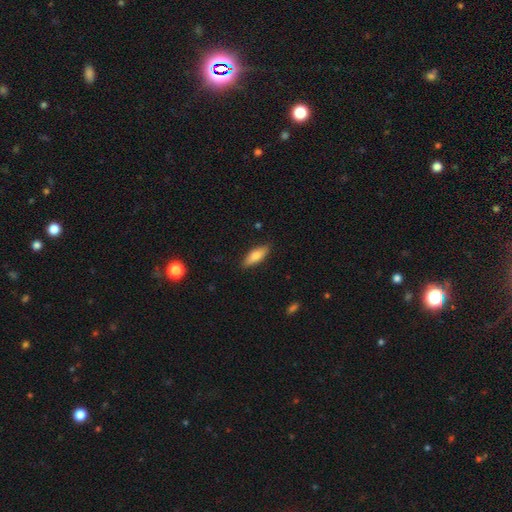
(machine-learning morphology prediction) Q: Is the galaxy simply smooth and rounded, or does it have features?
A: smooth — 76%.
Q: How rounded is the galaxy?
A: in between — 62%.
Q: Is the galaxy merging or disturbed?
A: none — 86%.